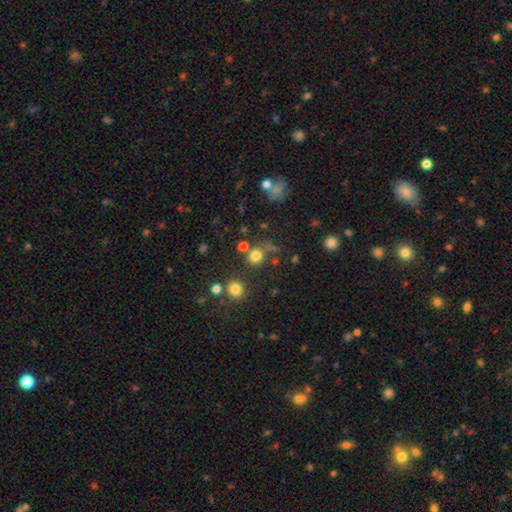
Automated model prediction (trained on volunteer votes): This appears to be a smooth galaxy with no disk features (77%) that is round (86%). Merging: none (66%).